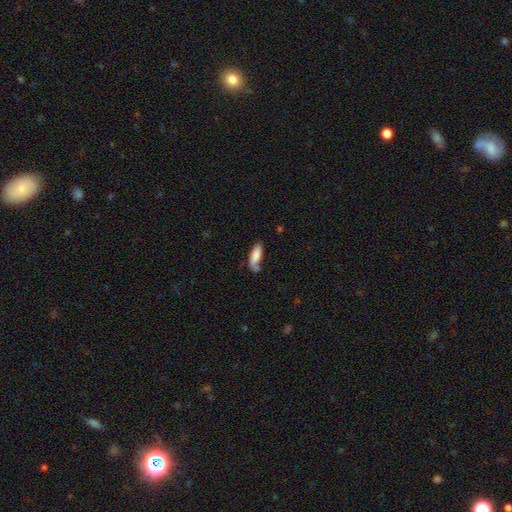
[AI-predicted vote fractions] A smooth galaxy with no disk features (83%) that is in between round and cigar-shaped (62%). Merging: none (57%).